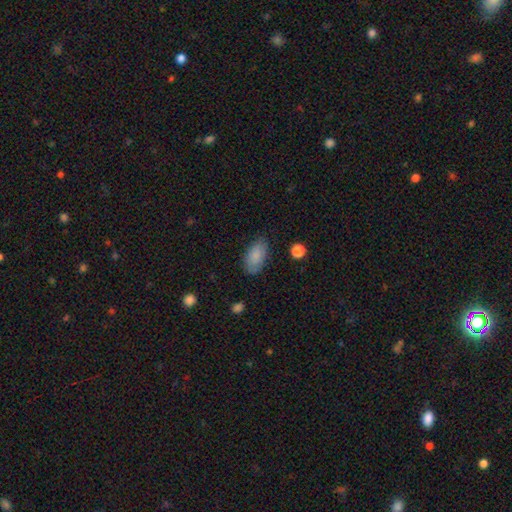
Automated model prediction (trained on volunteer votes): A smooth galaxy with no disk features (84%) that is in between round and cigar-shaped (93%).

Vote fractions:
- Smooth or featured? smooth: 84% / featured or disk: 8% / star or artifact: 7%
- How rounded? in between: 93% / round: 4% / cigar-shaped: 3%
- Merging? none: 79% / minor disturbance: 16% / major disturbance: 4% / merger: 1%